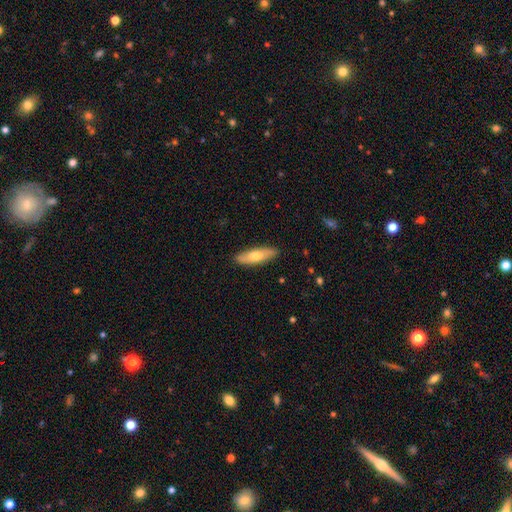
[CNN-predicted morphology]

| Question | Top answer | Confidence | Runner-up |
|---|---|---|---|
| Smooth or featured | smooth | 63% | featured or disk (31%) |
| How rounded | cigar-shaped | 59% | in between (39%) |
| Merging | none | 88% | minor disturbance (10%) |